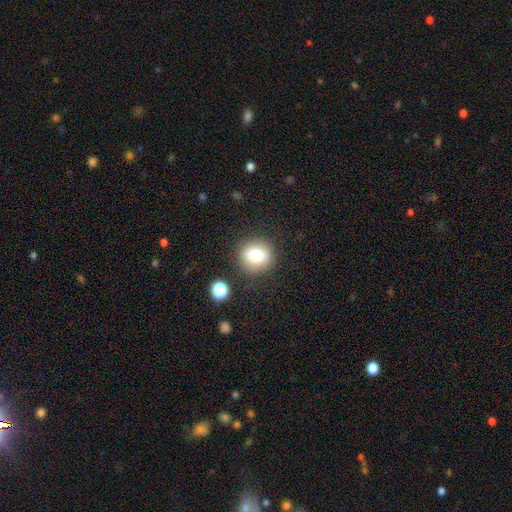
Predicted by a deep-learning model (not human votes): Q: Smooth or featured?
A: smooth (79%); runner-up: star or artifact (11%)
Q: How rounded?
A: round (85%); runner-up: in between (14%)
Q: Merging?
A: none (86%); runner-up: minor disturbance (9%)